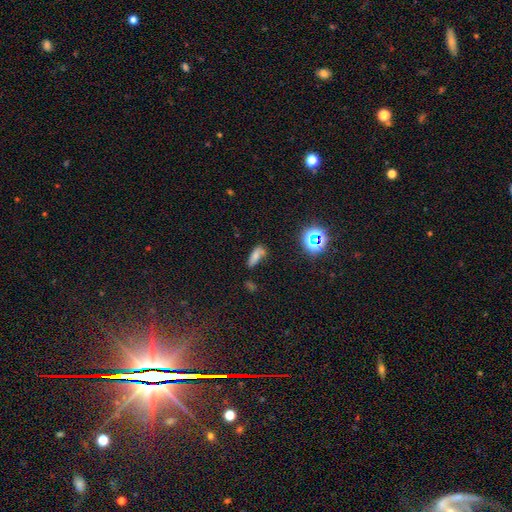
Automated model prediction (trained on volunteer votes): The model was most divided on "merging": none: 50%, minor disturbance: 27%, major disturbance: 11%, merger: 11%. More confident: smooth or featured — smooth (67%); how rounded — in between (64%).